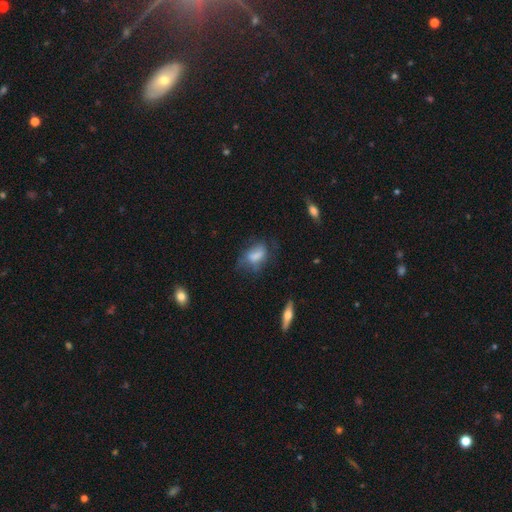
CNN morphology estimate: type=smooth (68%); roundness=in between (84%); merging=none (43%).